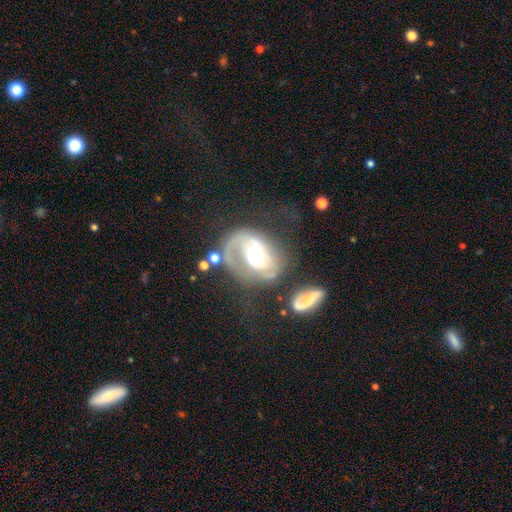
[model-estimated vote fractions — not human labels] Morphology: type=featured or disk (82%); edge-on=no (97%); bar=no (66%); spiral arms=yes (86%); winding=medium (41%); arm count=2 (46%); bulge=moderate (56%); merging=none (41%).